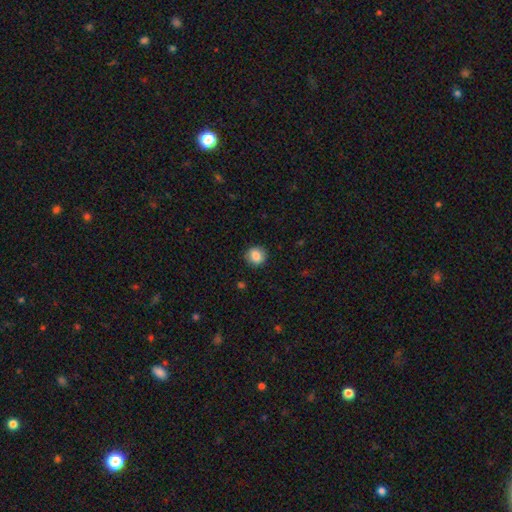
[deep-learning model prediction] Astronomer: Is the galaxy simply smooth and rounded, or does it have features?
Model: smooth — 84%.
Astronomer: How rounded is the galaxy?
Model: round — 88%.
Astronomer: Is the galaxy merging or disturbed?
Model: none — 90%.